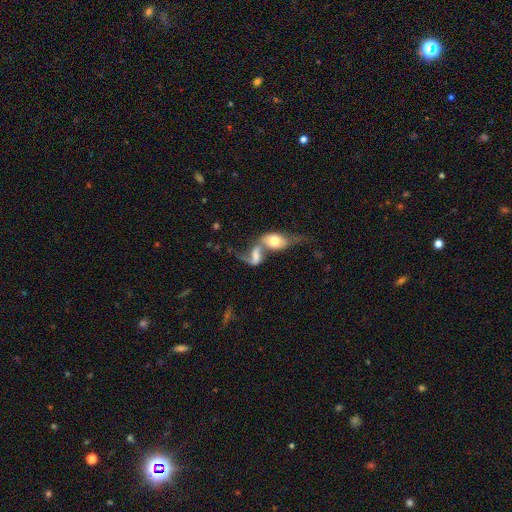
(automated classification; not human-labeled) Q: Smooth or featured?
A: featured or disk (51%); runner-up: smooth (40%)
Q: Edge-on disk?
A: no (91%); runner-up: yes (9%)
Q: Merging?
A: merger (78%); runner-up: major disturbance (9%)